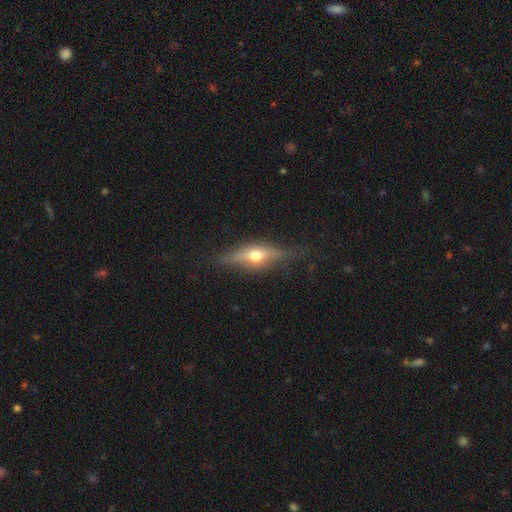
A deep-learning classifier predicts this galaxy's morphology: This appears to be a featured or disk galaxy (68%) viewed edge-on (92%) with a rounded central bulge (94%). Merging: none (79%).